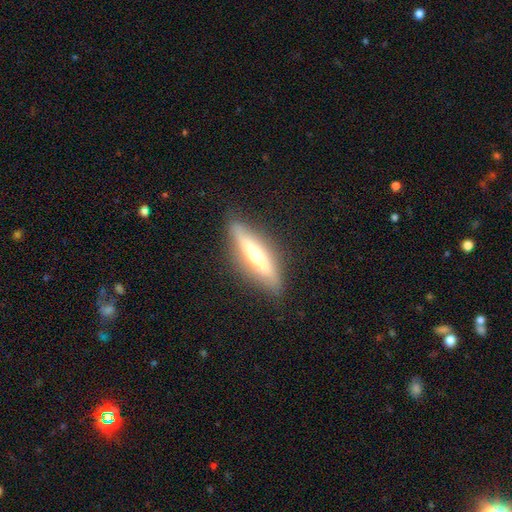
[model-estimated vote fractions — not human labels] The model was most divided on "smooth or featured": featured or disk: 59%, smooth: 34%, star or artifact: 7%. More confident: edge-on disk — yes (88%); merging — none (85%); edge-on bulge — rounded (81%).